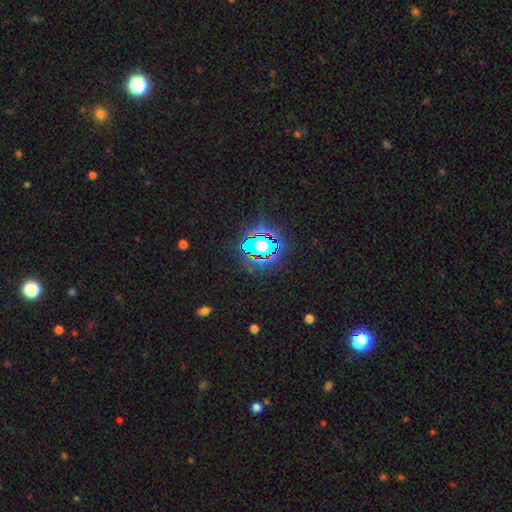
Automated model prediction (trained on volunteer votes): Overall: star or artifact (81%).